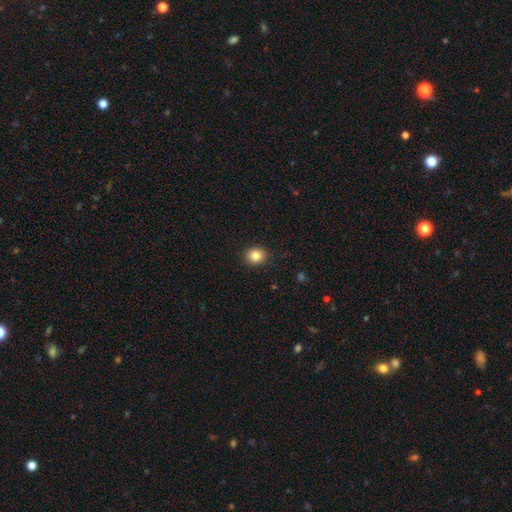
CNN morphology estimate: This is clearly a smooth galaxy (83%). How rounded: likely round (74%). Merging: clearly none (91%).